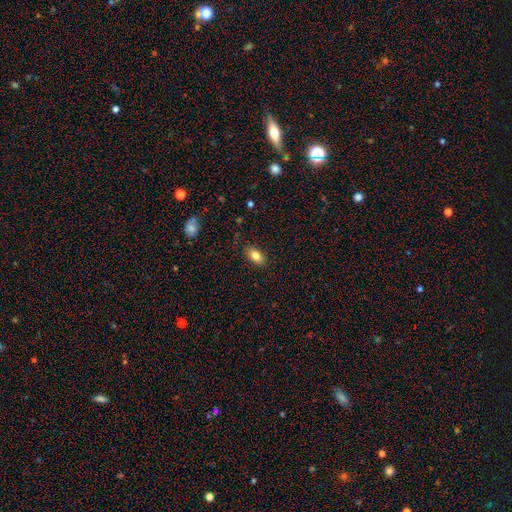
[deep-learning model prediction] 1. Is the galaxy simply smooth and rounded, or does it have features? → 82% smooth, 10% featured or disk, 8% star or artifact.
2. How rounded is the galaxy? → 89% in between, 7% round, 4% cigar-shaped.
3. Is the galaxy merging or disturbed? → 86% none, 11% minor disturbance, 2% major disturbance, 1% merger.